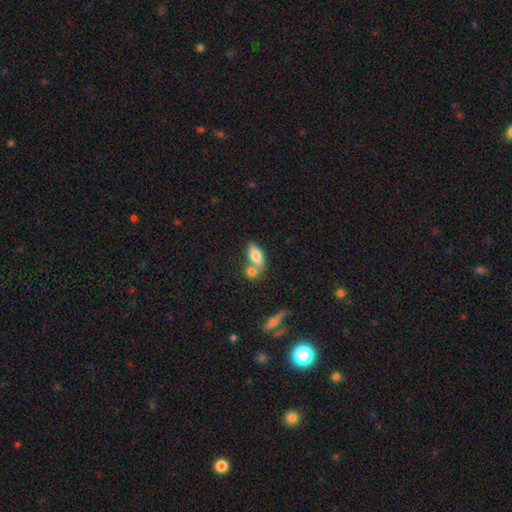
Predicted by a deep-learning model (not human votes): Smooth or featured: smooth — 74% (featured or disk — 19%)
How rounded: in between — 79% (cigar-shaped — 16%)
Merging: none — 43% (merger — 41%)